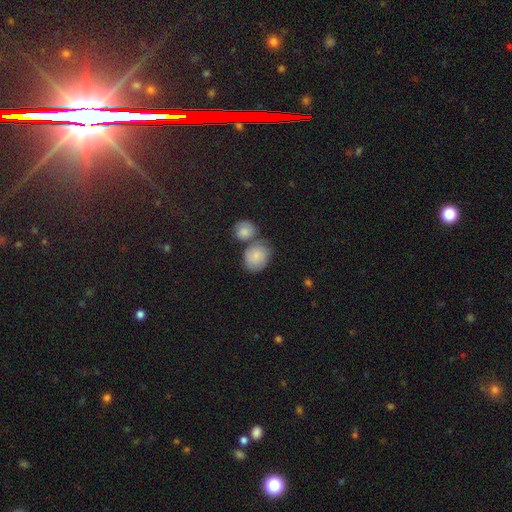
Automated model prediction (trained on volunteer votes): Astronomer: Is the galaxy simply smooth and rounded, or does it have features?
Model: smooth — 79%.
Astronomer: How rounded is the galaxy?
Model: round — 62% (runner-up: in between, 37%).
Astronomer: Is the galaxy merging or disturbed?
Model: none — 50% (runner-up: merger, 31%).